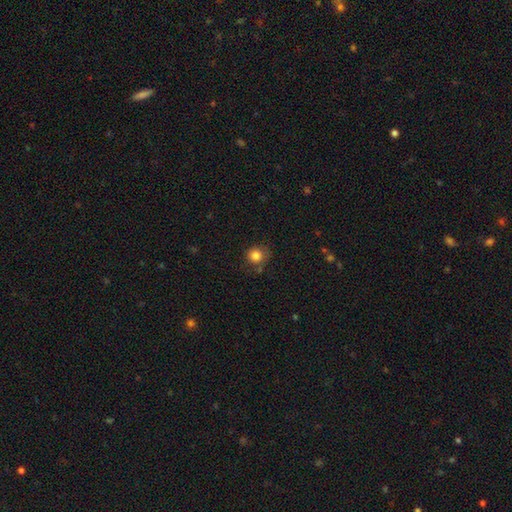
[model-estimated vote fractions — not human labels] This is clearly a smooth galaxy (83%). How rounded: clearly round (87%). Merging: likely none (72%).